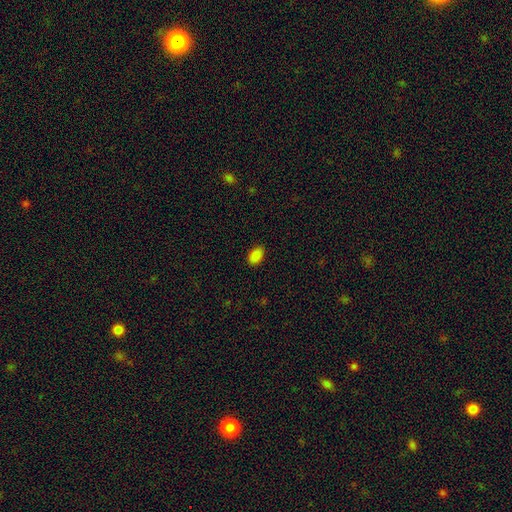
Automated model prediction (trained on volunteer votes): Morphology: type=smooth (87%); roundness=in between (90%); merging=none (88%).